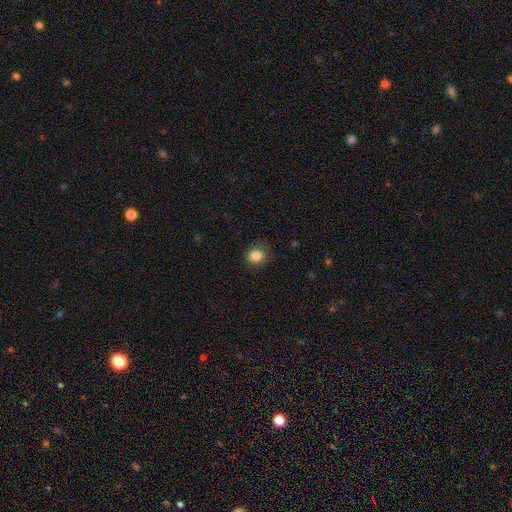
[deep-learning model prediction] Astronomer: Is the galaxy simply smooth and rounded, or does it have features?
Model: smooth — 85%.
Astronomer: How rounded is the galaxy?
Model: round — 80%.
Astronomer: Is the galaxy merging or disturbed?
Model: none — 87%.